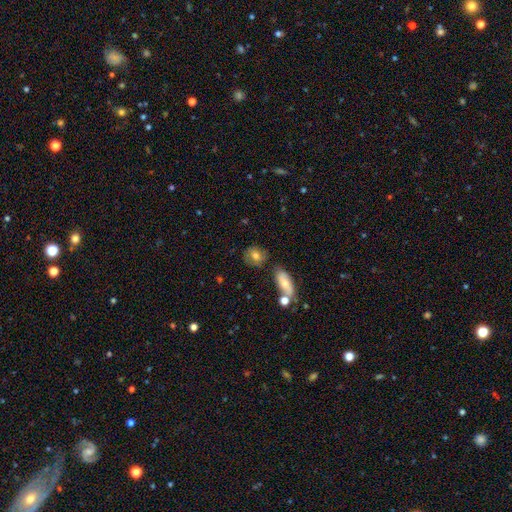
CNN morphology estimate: The model was most divided on "how rounded": round: 59%, in between: 39%, cigar-shaped: 3%. More confident: smooth or featured — smooth (71%); merging — none (70%).